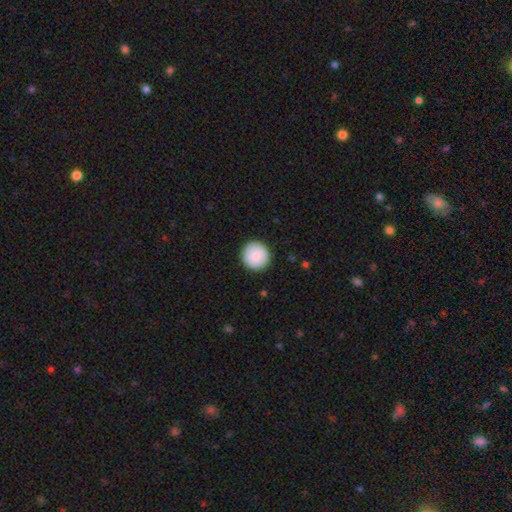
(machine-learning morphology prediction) type=smooth (88%); roundness=round (95%); merging=none (92%).